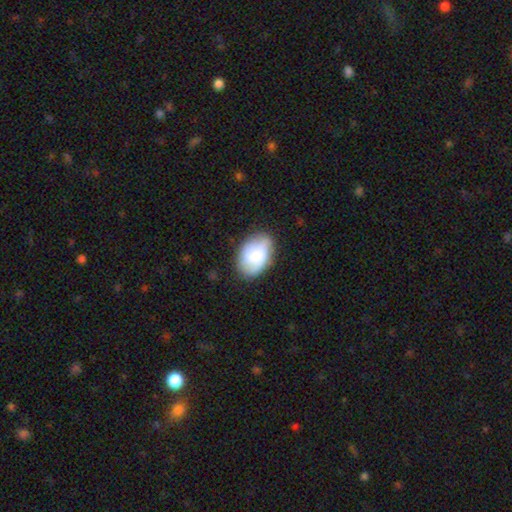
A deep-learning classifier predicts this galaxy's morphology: The model was most divided on "smooth or featured": smooth: 57%, featured or disk: 35%, star or artifact: 8%. More confident: how rounded — in between (85%); merging — none (68%).